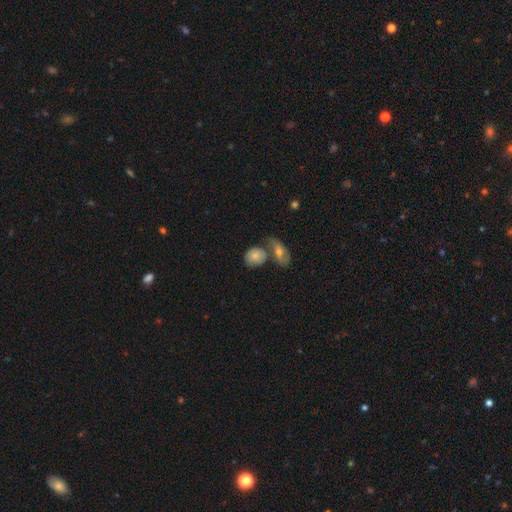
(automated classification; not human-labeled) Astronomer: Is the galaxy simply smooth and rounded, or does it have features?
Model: smooth — 74%.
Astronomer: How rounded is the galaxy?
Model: round — 50% (runner-up: in between, 48%).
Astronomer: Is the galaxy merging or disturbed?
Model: merger — 43% (runner-up: none, 37%).